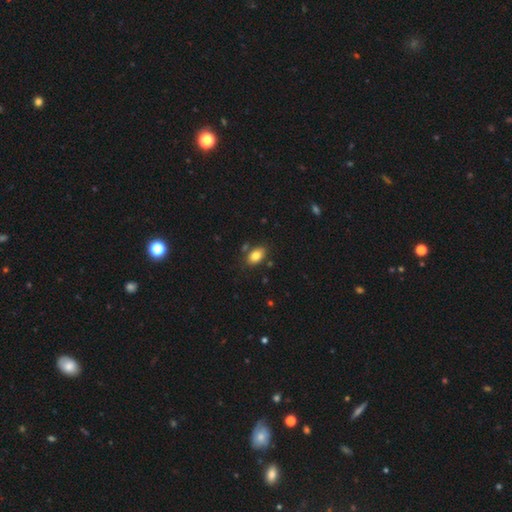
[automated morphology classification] smooth 84%, star or artifact 9%, featured or disk 8%. Down the decision tree: how rounded — in between (88%); merging — none (79%).